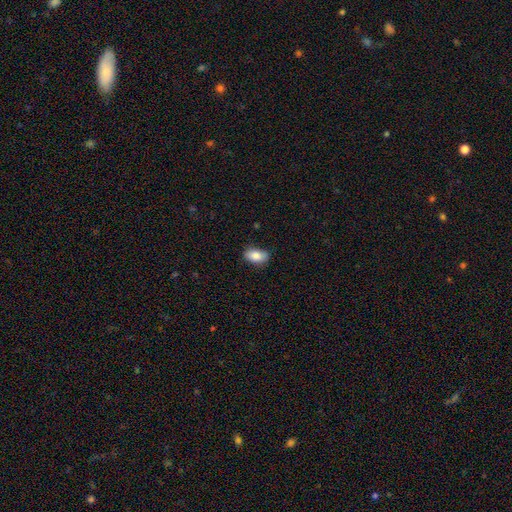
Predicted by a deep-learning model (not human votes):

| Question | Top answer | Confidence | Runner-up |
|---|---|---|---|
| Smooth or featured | smooth | 85% | featured or disk (8%) |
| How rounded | in between | 90% | round (8%) |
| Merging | none | 79% | minor disturbance (17%) |